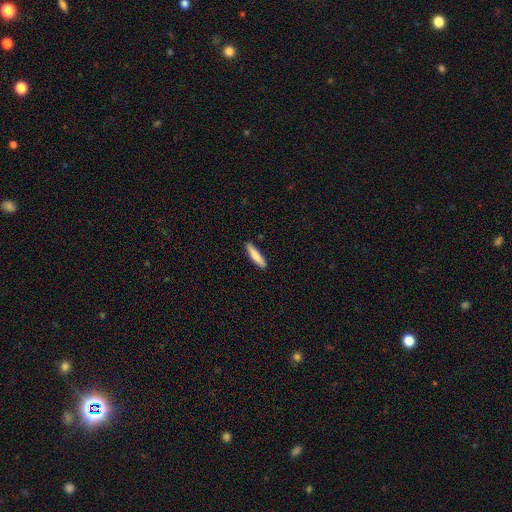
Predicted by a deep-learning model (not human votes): Smooth or featured?
  - smooth: 84% *
  - featured or disk: 11%
  - star or artifact: 6%
How rounded?
  - cigar-shaped: 83% *
  - in between: 16%
  - round: 1%
Merging?
  - none: 89% *
  - minor disturbance: 9%
  - major disturbance: 2%
  - merger: 1%